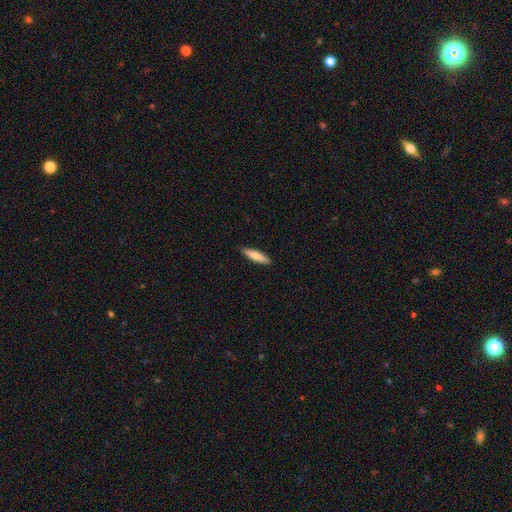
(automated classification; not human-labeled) Morphology: type=smooth (76%); roundness=cigar-shaped (75%); merging=none (91%).